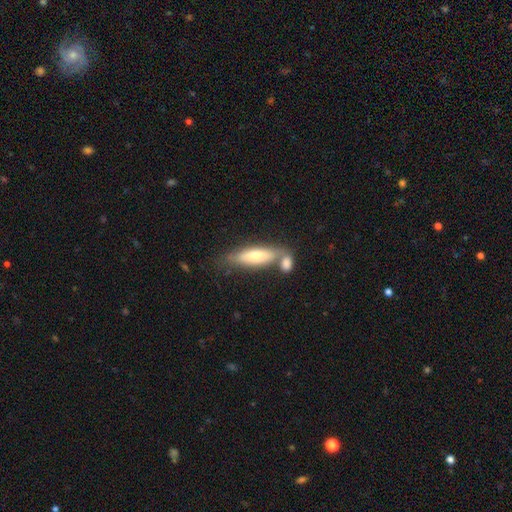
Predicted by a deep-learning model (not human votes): Morphology: type=smooth (63%); roundness=cigar-shaped (55%); merging=none (44%).